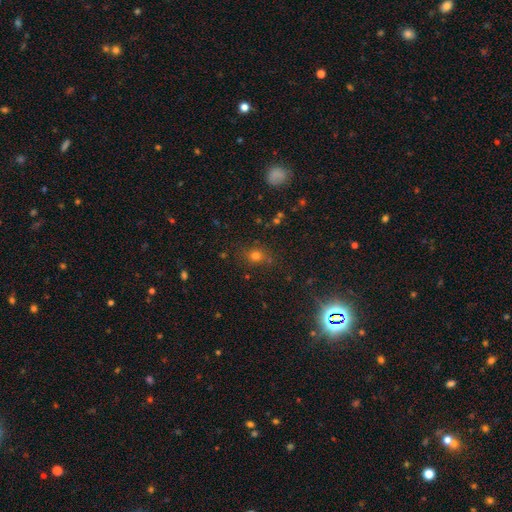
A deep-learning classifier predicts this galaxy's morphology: Overall: smooth (68%). How rounded: round (74%). Merging: none (78%).